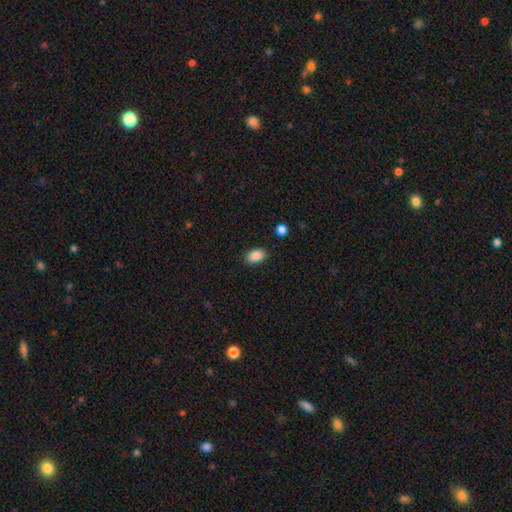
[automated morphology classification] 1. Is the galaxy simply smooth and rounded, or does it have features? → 88% smooth, 8% star or artifact, 4% featured or disk.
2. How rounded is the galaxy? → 88% in between, 11% round, 1% cigar-shaped.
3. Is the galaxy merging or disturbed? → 87% none, 9% minor disturbance, 2% major disturbance, 1% merger.